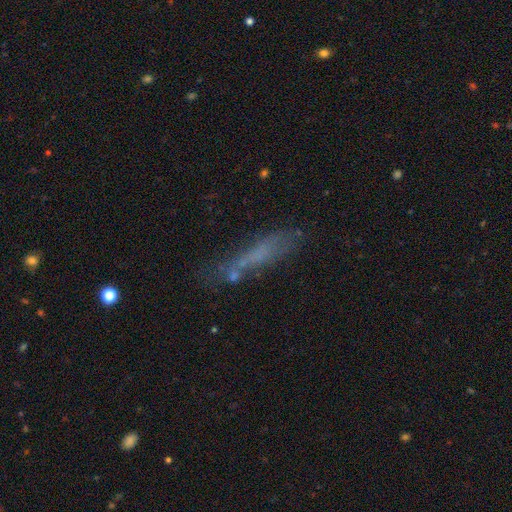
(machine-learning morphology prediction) smooth_or_featured: smooth (p=0.50) [alt: featured or disk p=0.35]
merging: none (p=0.55) [alt: minor disturbance p=0.22]